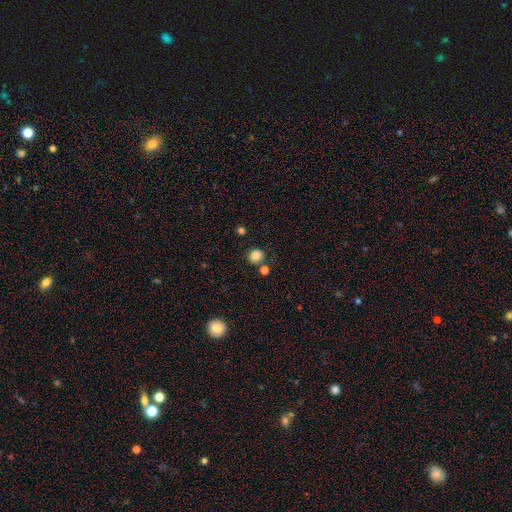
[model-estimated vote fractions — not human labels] Smooth or featured? smooth (84%)
How rounded? round (85%)
Merging? none (78%)